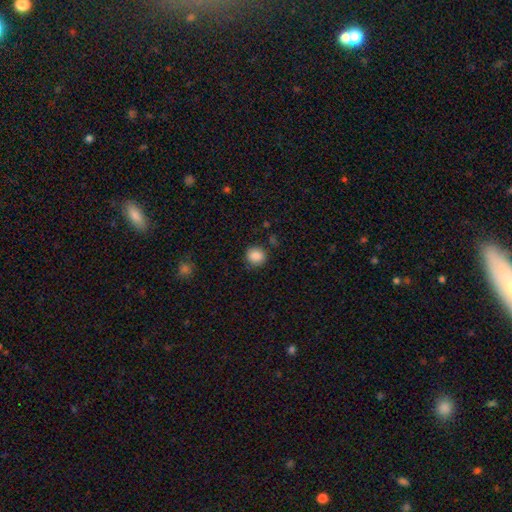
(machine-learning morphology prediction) Smooth or featured: smooth — 87% (star or artifact — 9%)
How rounded: round — 88% (in between — 11%)
Merging: none — 87% (minor disturbance — 8%)